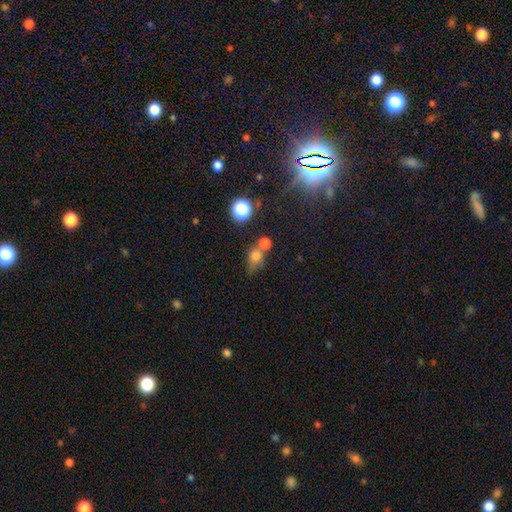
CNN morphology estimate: Q: Smooth or featured?
A: smooth (73%); runner-up: star or artifact (16%)
Q: How rounded?
A: round (63%); runner-up: in between (34%)
Q: Merging?
A: none (40%); runner-up: merger (33%)